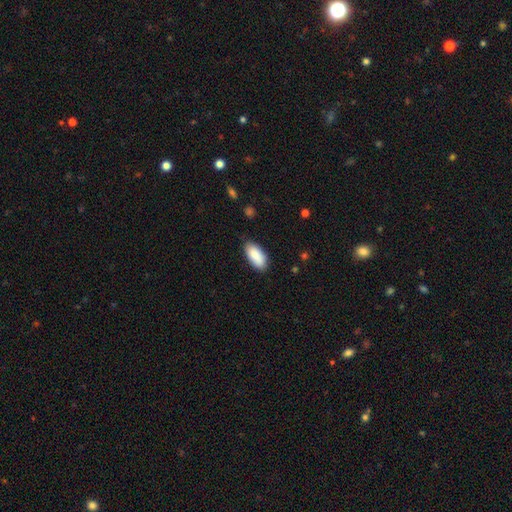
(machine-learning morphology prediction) Smooth or featured? Predicted: smooth (p=0.89). How rounded? Predicted: in between (p=0.92). Merging? Predicted: none (p=0.82).